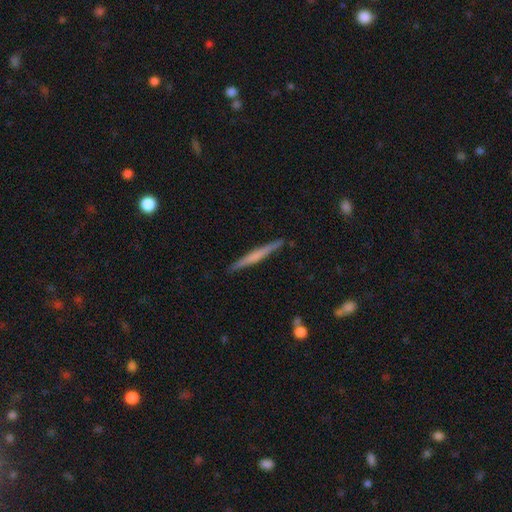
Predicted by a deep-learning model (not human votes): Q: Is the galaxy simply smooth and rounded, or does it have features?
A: featured or disk — 51%.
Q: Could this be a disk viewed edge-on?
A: yes — 98%.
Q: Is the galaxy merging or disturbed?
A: none — 91%.